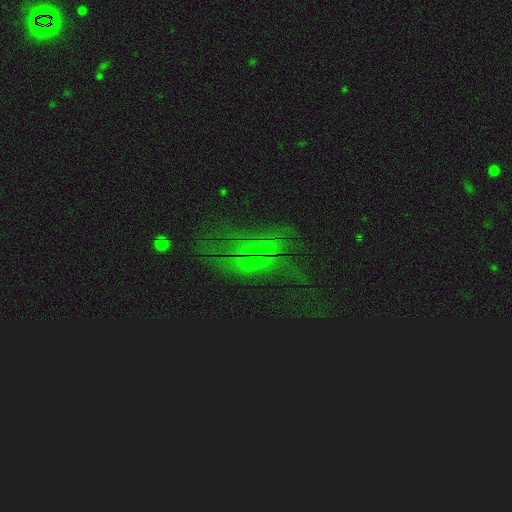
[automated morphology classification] The model was most divided on "smooth or featured": star or artifact: 37%, featured or disk: 36%, smooth: 27%.